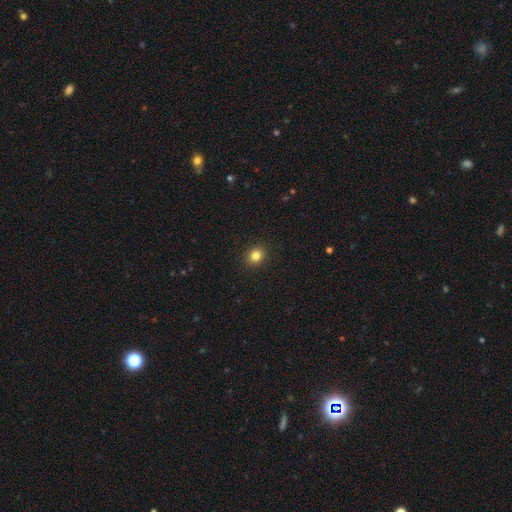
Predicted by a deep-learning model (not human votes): smooth_or_featured: smooth (p=0.83) [alt: star or artifact p=0.12]
how_rounded: round (p=0.68) [alt: in between p=0.32]
merging: none (p=0.91) [alt: minor disturbance p=0.06]